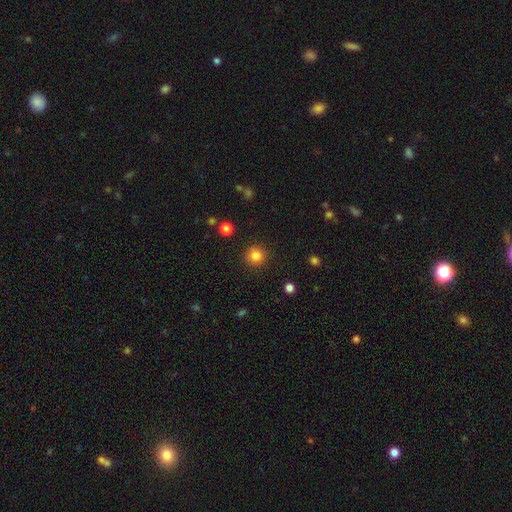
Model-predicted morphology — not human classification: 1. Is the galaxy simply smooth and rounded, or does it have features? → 83% smooth, 12% star or artifact, 5% featured or disk.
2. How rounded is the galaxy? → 93% round, 6% in between, 1% cigar-shaped.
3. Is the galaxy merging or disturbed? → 90% none, 6% minor disturbance, 2% major disturbance, 1% merger.